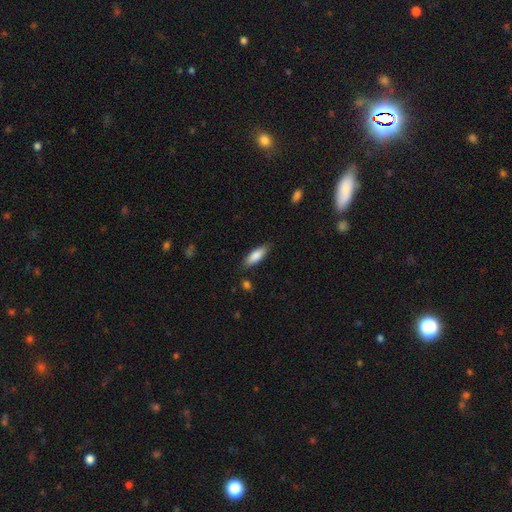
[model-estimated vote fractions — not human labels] Q: Smooth or featured?
A: smooth (84%); runner-up: featured or disk (10%)
Q: How rounded?
A: in between (64%); runner-up: cigar-shaped (34%)
Q: Merging?
A: none (84%); runner-up: minor disturbance (12%)